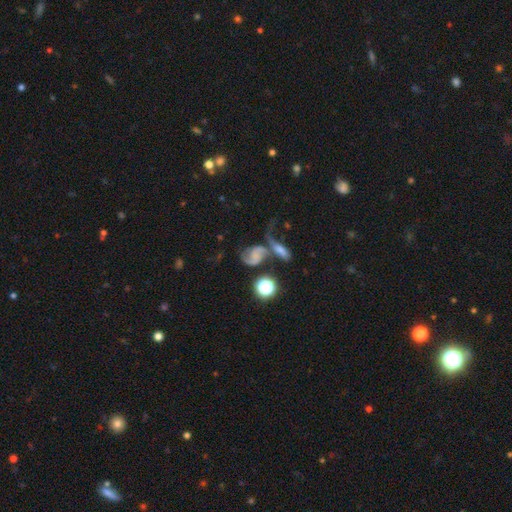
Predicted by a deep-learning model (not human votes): smooth_or_featured: featured or disk (p=0.66) [alt: smooth p=0.22]
disk_edge_on: no (p=0.96) [alt: yes p=0.04]
bar: no (p=0.61) [alt: weak p=0.29]
has_spiral_arms: yes (p=0.91) [alt: no p=0.09]
spiral_winding: loose (p=0.46) [alt: medium p=0.38]
spiral_arm_count: 2 (p=0.81) [alt: 1 p=0.10]
bulge_size: none (p=0.50) [alt: small p=0.26]
merging: merger (p=0.43) [alt: none p=0.26]